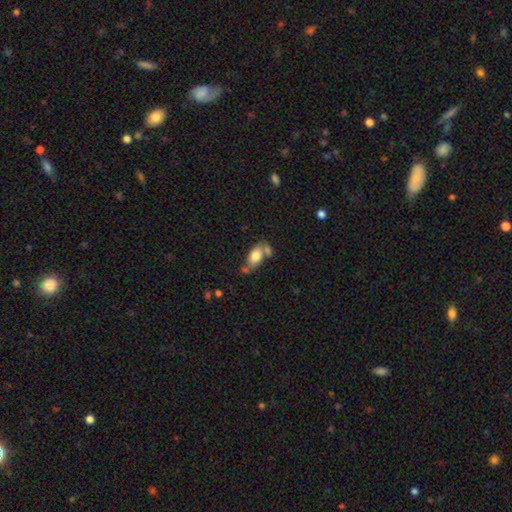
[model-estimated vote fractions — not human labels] This is likely a smooth galaxy (78%). How rounded: clearly in between (89%). Merging: marginally none (42%).